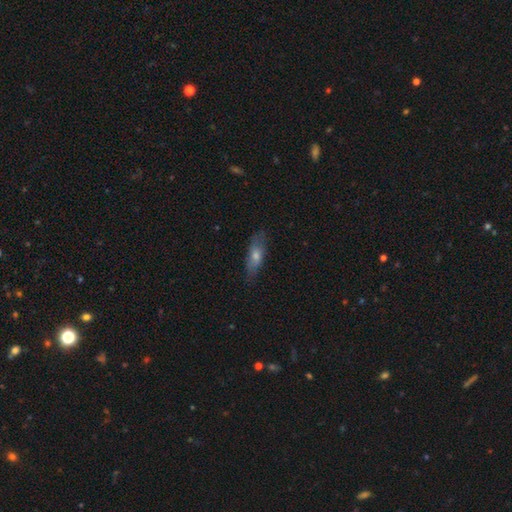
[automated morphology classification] Q: Smooth or featured?
A: smooth (55%); runner-up: featured or disk (37%)
Q: How rounded?
A: cigar-shaped (49%); runner-up: in between (48%)
Q: Merging?
A: none (78%); runner-up: minor disturbance (17%)